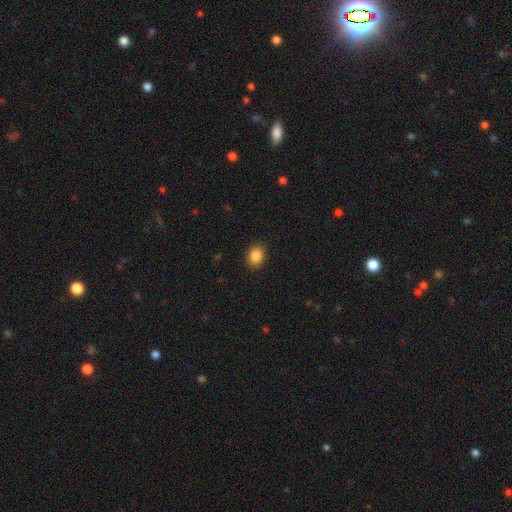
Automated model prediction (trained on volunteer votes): smooth-or-featured: smooth: 87% | star or artifact: 9% | featured or disk: 4%
  how-rounded: in between: 60% | round: 39% | cigar-shaped: 1%
  merging: none: 89% | minor disturbance: 8% | major disturbance: 2% | merger: 1%